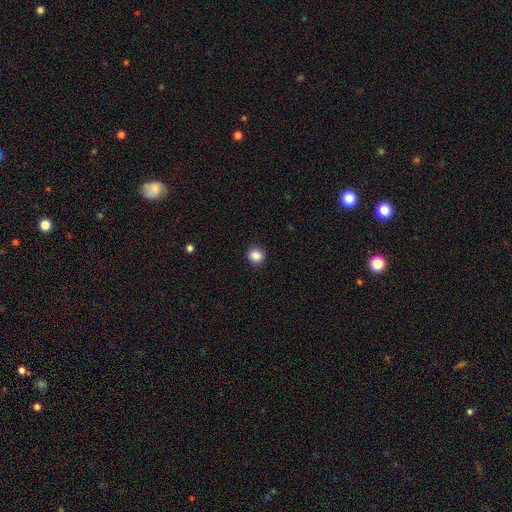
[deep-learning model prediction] Smooth or featured? smooth (87%)
How rounded? round (91%)
Merging? none (92%)